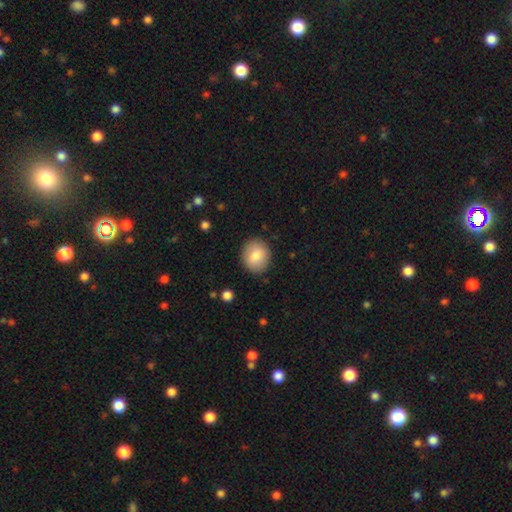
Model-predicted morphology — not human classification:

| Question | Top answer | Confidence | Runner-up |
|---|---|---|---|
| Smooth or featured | smooth | 83% | featured or disk (10%) |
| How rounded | round | 64% | in between (35%) |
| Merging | none | 87% | minor disturbance (10%) |